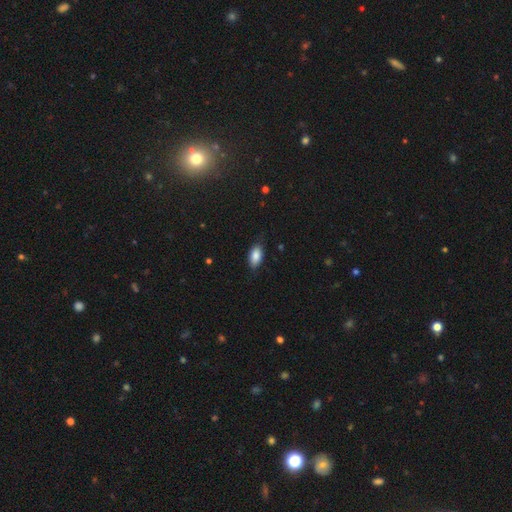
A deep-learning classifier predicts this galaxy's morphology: This appears to be a smooth galaxy with no disk features (85%) that is in between round and cigar-shaped (90%). Merging: none (77%).